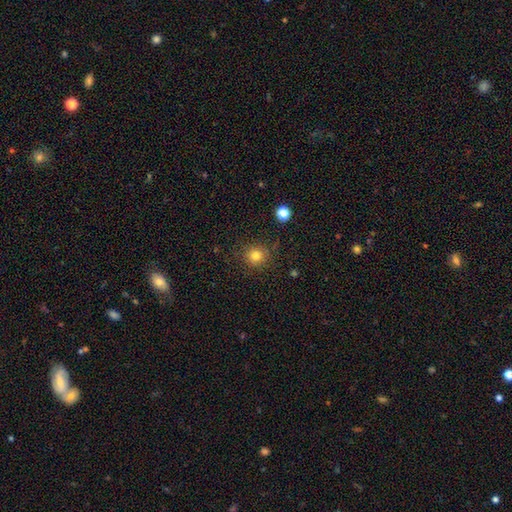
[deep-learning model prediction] A smooth galaxy with no disk features (80%) that is round (90%).

Vote fractions:
- Smooth or featured? smooth: 80% / star or artifact: 14% / featured or disk: 6%
- How rounded? round: 90% / in between: 9% / cigar-shaped: 1%
- Merging? none: 86% / minor disturbance: 9% / major disturbance: 3% / merger: 2%